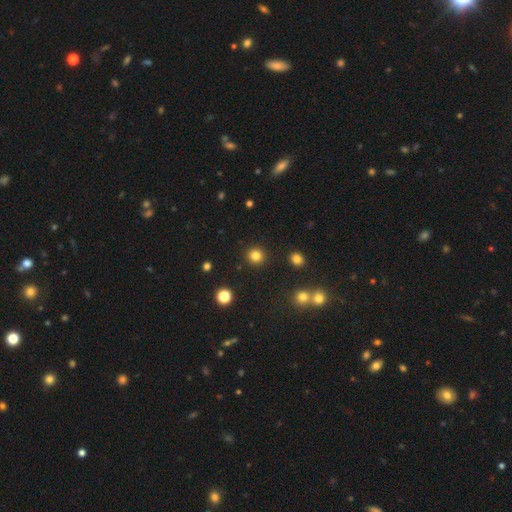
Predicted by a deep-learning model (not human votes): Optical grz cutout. It shows a smooth galaxy with no disk features (82%) that is round (94%). Merging: none (92%).